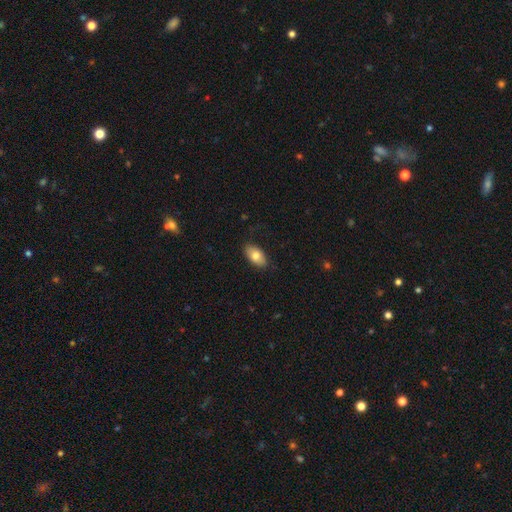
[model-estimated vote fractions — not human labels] Smooth or featured? smooth (79%)
How rounded? in between (92%)
Merging? none (85%)